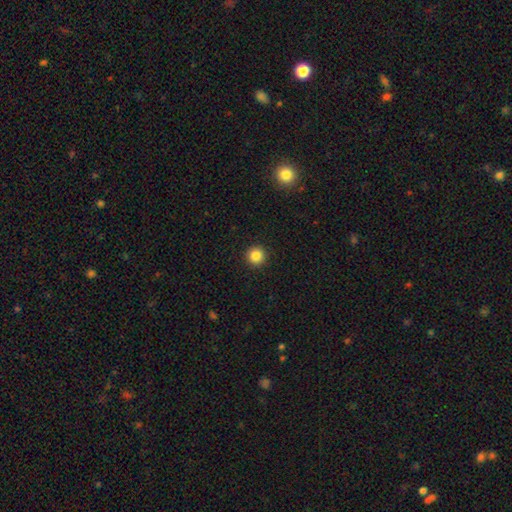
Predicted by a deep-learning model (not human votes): This appears to be a smooth galaxy with no disk features (85%) that is round (96%). Merging: none (93%).